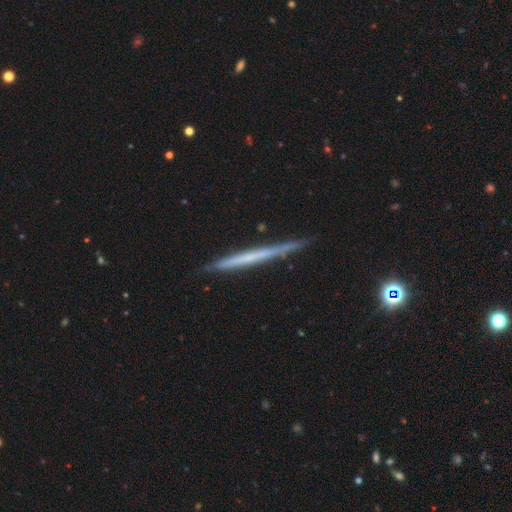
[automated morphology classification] The model was most divided on "smooth or featured": featured or disk: 59%, smooth: 35%, star or artifact: 7%. More confident: edge-on disk — yes (97%); edge-on bulge — none (89%); merging — none (88%).